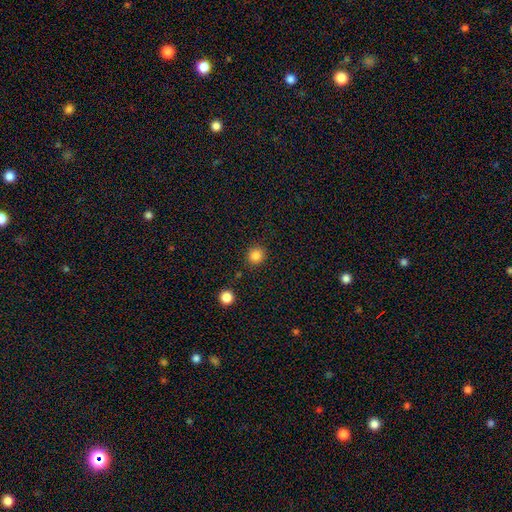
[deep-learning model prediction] Overall: smooth (85%). How rounded: round (89%). Merging: none (88%).